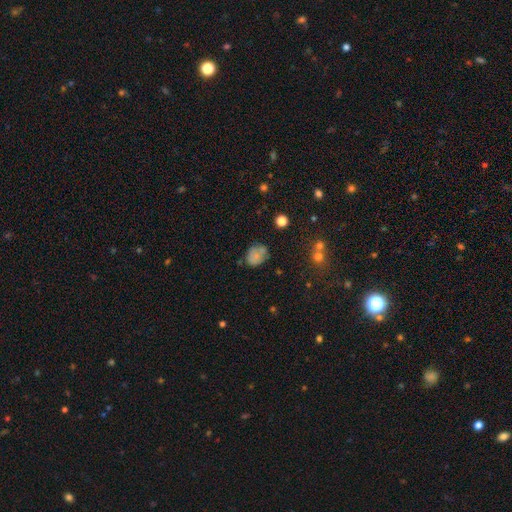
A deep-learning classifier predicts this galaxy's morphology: smooth-or-featured: smooth: 69% | featured or disk: 19% | star or artifact: 12%
  how-rounded: round: 51% | in between: 48% | cigar-shaped: 1%
  merging: none: 57% | minor disturbance: 25% | major disturbance: 10% | merger: 8%